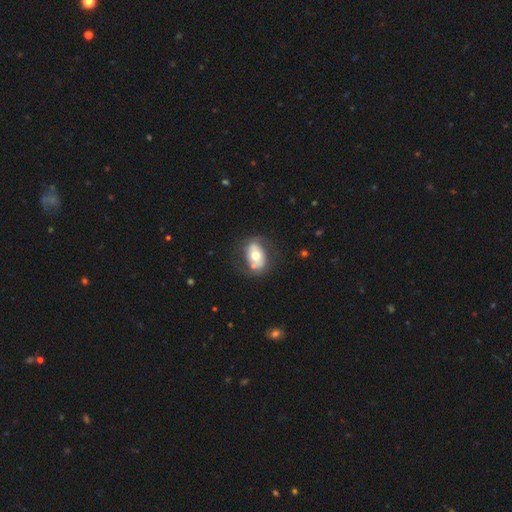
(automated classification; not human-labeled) Smooth or featured: featured or disk — 47% (smooth — 46%)
Merging: none — 65% (minor disturbance — 19%)